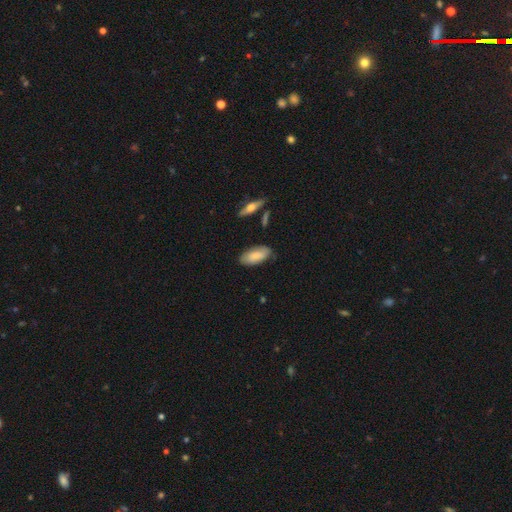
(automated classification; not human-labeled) Smooth or featured: smooth — 82% (featured or disk — 12%)
How rounded: in between — 89% (cigar-shaped — 10%)
Merging: none — 79% (minor disturbance — 16%)